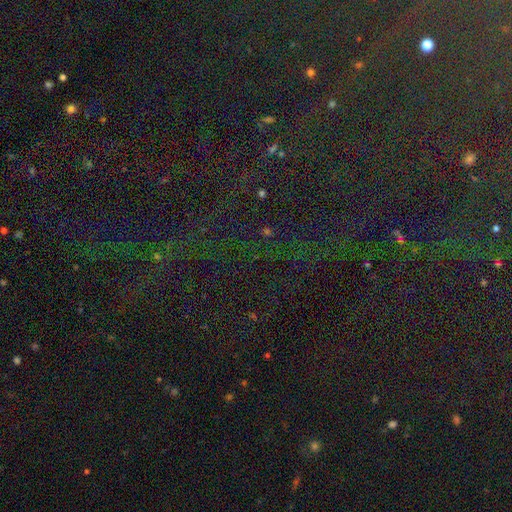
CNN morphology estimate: smooth_or_featured: star or artifact (p=0.82) [alt: smooth p=0.11]